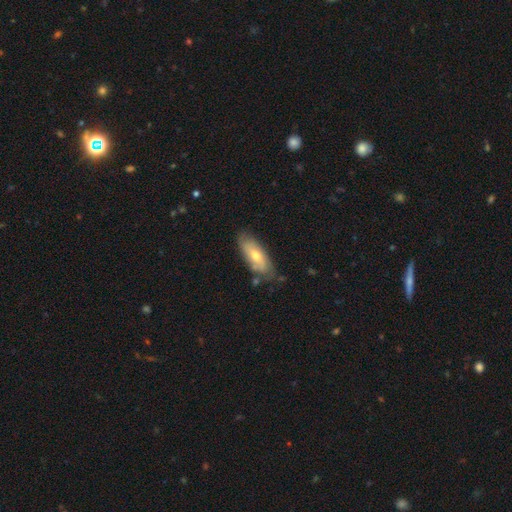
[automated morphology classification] smooth 58%, featured or disk 36%, star or artifact 6%. Down the decision tree: how rounded — in between (76%); merging — none (71%).